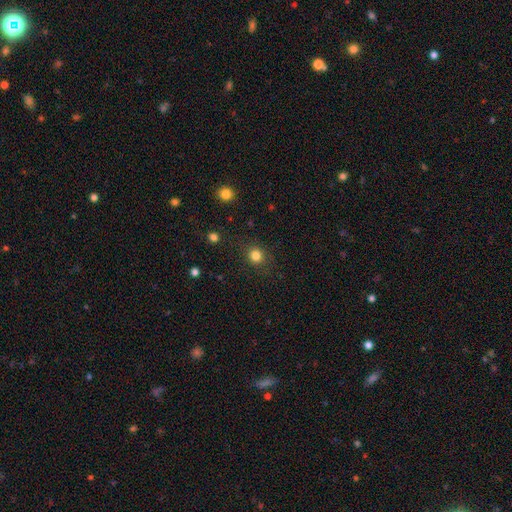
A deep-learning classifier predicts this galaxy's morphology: A smooth galaxy with no disk features (82%) that is round (84%).

Vote fractions:
- Smooth or featured? smooth: 82% / star or artifact: 13% / featured or disk: 5%
- How rounded? round: 84% / in between: 15% / cigar-shaped: 1%
- Merging? none: 85% / minor disturbance: 10% / major disturbance: 4% / merger: 1%